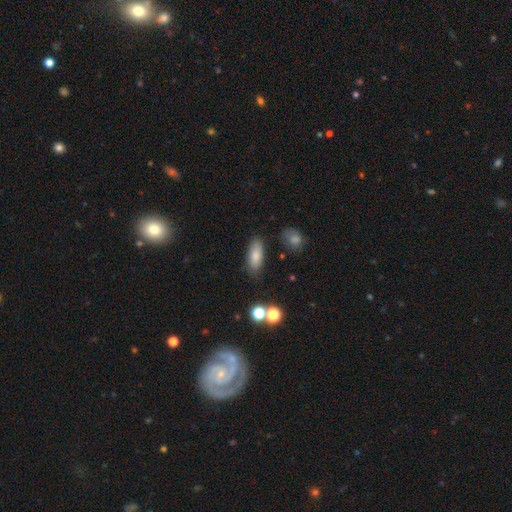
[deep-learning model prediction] A smooth galaxy with no disk features (81%) that is in between round and cigar-shaped (78%). Merging: none (80%).